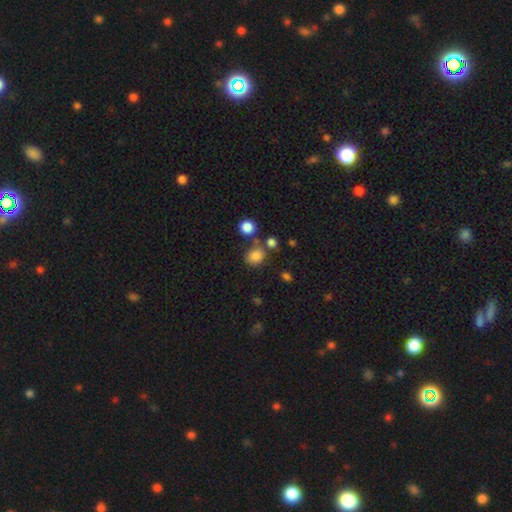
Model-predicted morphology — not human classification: This is clearly a smooth galaxy (81%). How rounded: possibly round (58%). Merging: likely none (65%).